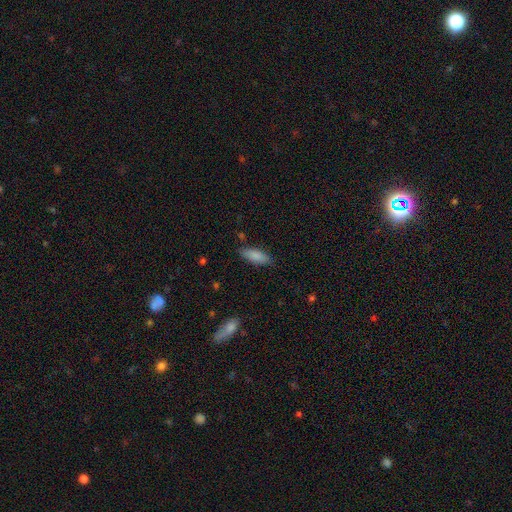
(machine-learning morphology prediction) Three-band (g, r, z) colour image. It shows a smooth galaxy with no disk features (85%) that is in between round and cigar-shaped (64%). Merging: none (83%).